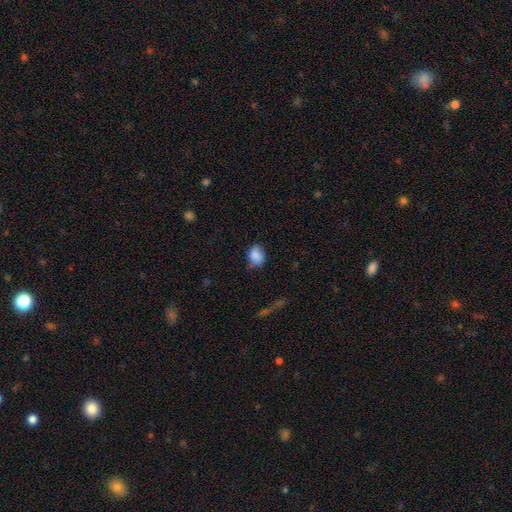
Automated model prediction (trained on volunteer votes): Smooth or featured?
  - smooth: 86% *
  - star or artifact: 8%
  - featured or disk: 6%
How rounded?
  - in between: 65% *
  - round: 34%
  - cigar-shaped: 1%
Merging?
  - none: 65% *
  - minor disturbance: 27%
  - major disturbance: 6%
  - merger: 2%